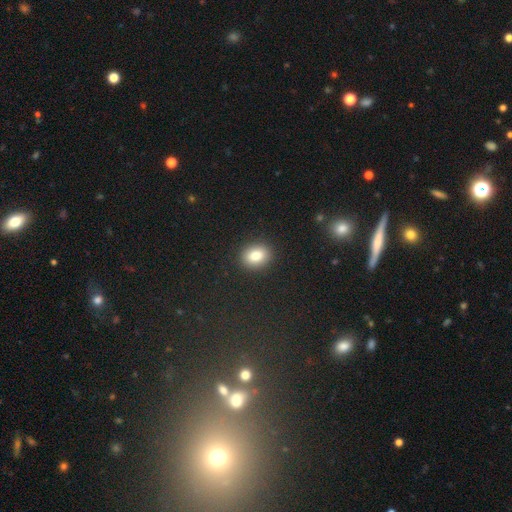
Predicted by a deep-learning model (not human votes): A smooth galaxy with no disk features (83%) that is in between round and cigar-shaped (50%).

Vote fractions:
- Smooth or featured? smooth: 83% / star or artifact: 10% / featured or disk: 7%
- How rounded? in between: 50% / round: 49% / cigar-shaped: 1%
- Merging? none: 89% / minor disturbance: 7% / major disturbance: 2% / merger: 1%